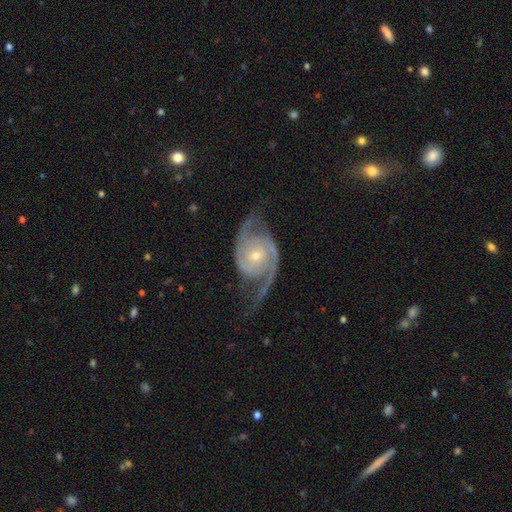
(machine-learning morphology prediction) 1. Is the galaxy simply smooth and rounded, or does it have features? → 92% featured or disk, 5% star or artifact, 4% smooth.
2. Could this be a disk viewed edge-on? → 97% no, 3% yes.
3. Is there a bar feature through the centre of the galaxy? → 70% no, 23% weak, 7% strong.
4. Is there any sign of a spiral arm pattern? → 98% yes, 2% no.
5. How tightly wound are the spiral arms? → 50% medium, 30% tight, 20% loose.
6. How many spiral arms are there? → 90% 2, 3% 3, 3% can't tell, 2% 1, 1% 4, 1% more than 4.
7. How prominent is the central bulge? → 62% small, 35% moderate, 2% large, 1% none, 1% dominant.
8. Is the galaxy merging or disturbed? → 69% none, 18% minor disturbance, 12% major disturbance, 2% merger.